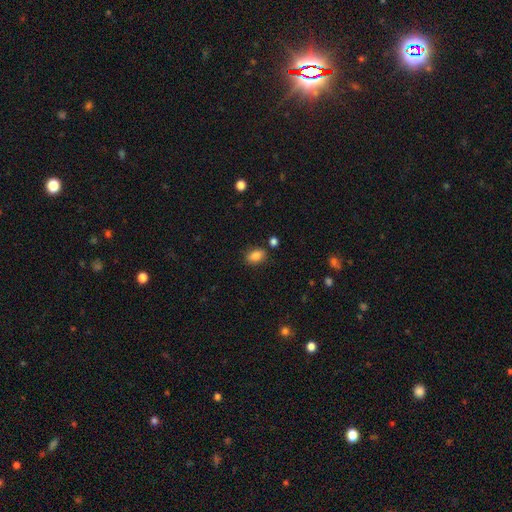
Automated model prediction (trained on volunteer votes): A smooth galaxy with no disk features (86%) that is in between round and cigar-shaped (85%). Merging: none (82%).